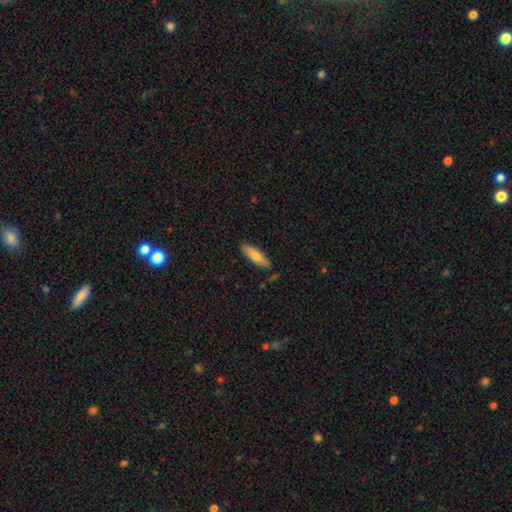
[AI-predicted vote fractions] This is likely a smooth galaxy (74%). How rounded: possibly cigar-shaped (60%). Merging: clearly none (85%).